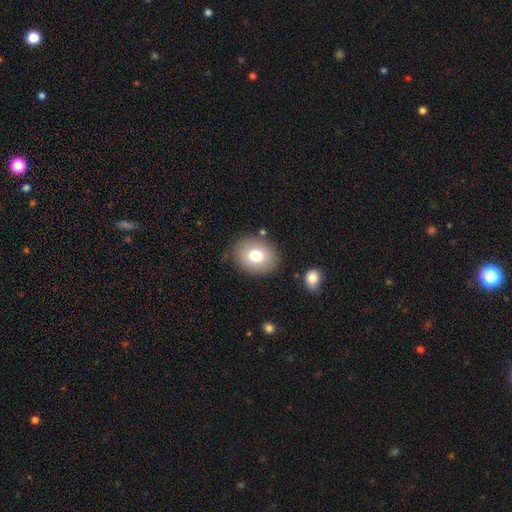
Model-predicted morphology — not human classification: Overall: smooth (76%). How rounded: round (52%; in between 48%). Merging: none (80%).